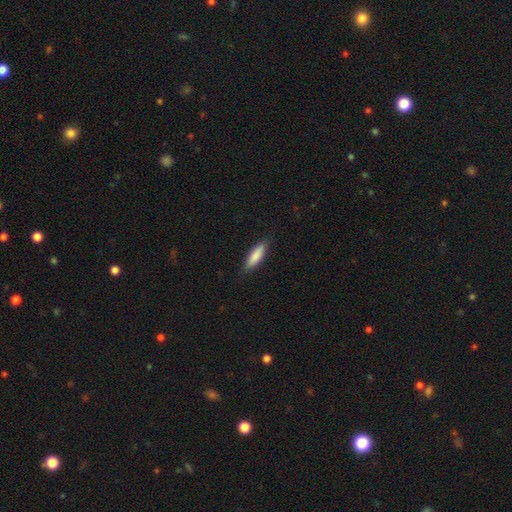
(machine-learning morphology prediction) This appears to be a smooth galaxy with no disk features (83%) that is cigar-shaped (59%). Merging: none (85%).